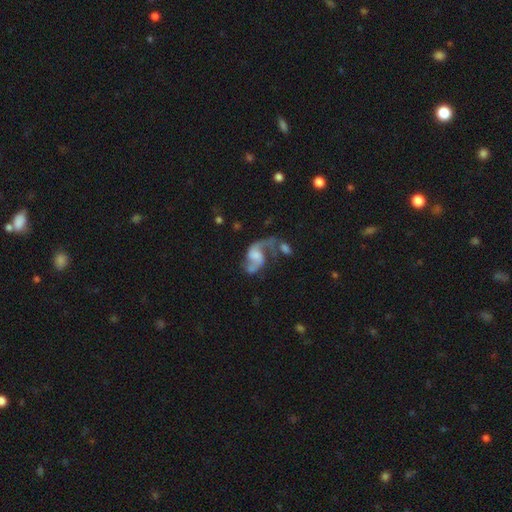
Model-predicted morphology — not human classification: A featured or disk galaxy (80%) with no bar (50%), 2 (81%) loose (67%) spiral arms (91%) and no central bulge (35%).

Vote fractions:
- Smooth or featured? featured or disk: 80% / smooth: 13% / star or artifact: 7%
- Edge-on disk? no: 97% / yes: 3%
- Bar? no: 50% / weak: 39% / strong: 11%
- Spiral arms? yes: 91% / no: 9%
- Spiral winding? loose: 67% / medium: 28% / tight: 6%
- Spiral arm count? 2: 81% / 1: 13% / can't tell: 4% / 3: 1% / 4: 1% / more than 4: 1%
- Bulge size? none: 35% / moderate: 25% / small: 22% / large: 16% / dominant: 2%
- Merging? merger: 29% / none: 28% / major disturbance: 27% / minor disturbance: 16%